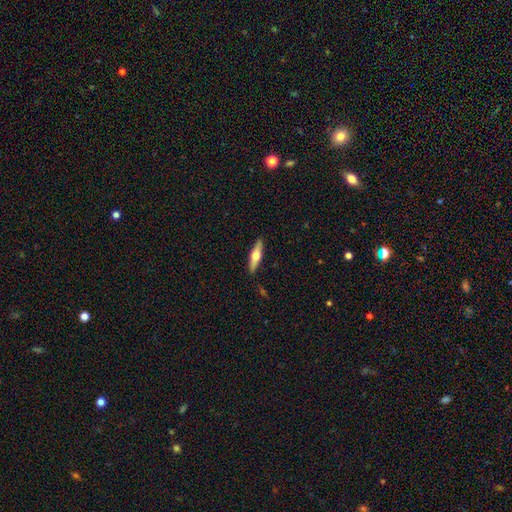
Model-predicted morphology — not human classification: Smooth or featured? Predicted: featured or disk (p=0.49). Merging? Predicted: none (p=0.89).